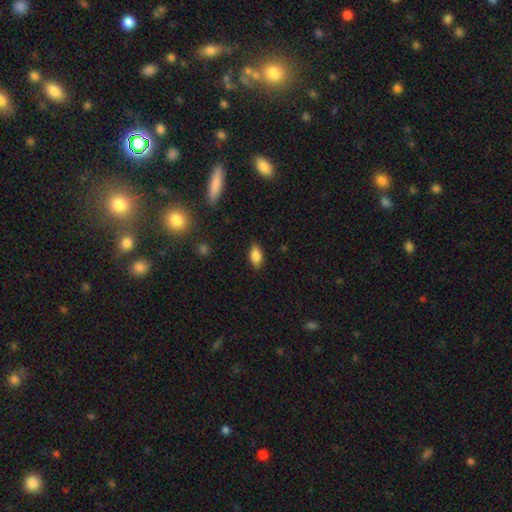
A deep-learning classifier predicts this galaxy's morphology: Smooth or featured: smooth — 82% (featured or disk — 10%)
How rounded: in between — 88% (cigar-shaped — 7%)
Merging: none — 83% (minor disturbance — 13%)